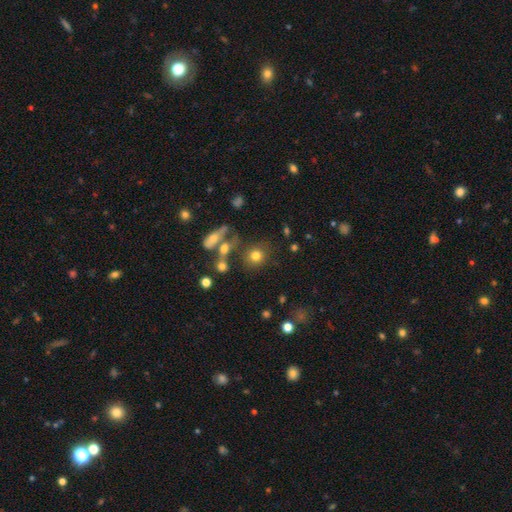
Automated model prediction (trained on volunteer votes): Smooth or featured? smooth (74%)
How rounded? round (82%)
Merging? none (65%)